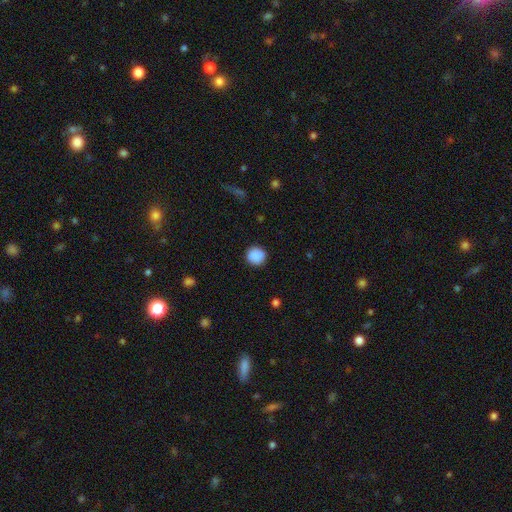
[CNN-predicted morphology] smooth 89%, star or artifact 9%, featured or disk 2%. Down the decision tree: how rounded — round (93%); merging — none (91%).